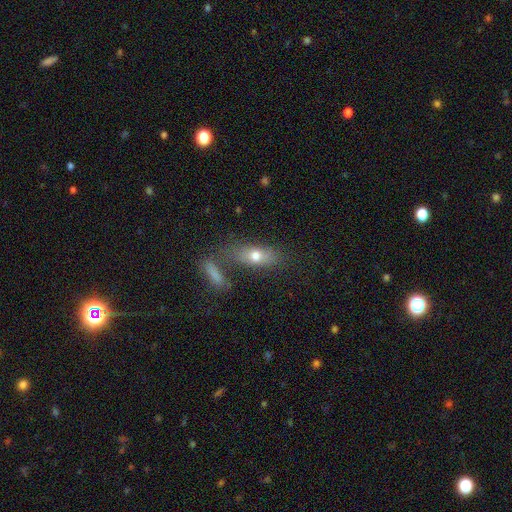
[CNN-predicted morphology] This is likely a smooth galaxy (70%). How rounded: likely in between (68%). Merging: likely none (61%).